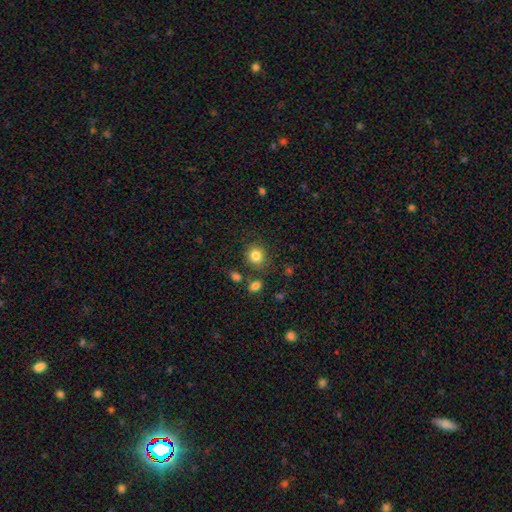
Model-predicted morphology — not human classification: smooth-or-featured: smooth: 83% | star or artifact: 11% | featured or disk: 6%
  how-rounded: round: 82% | in between: 17% | cigar-shaped: 1%
  merging: none: 81% | minor disturbance: 10% | merger: 5% | major disturbance: 4%